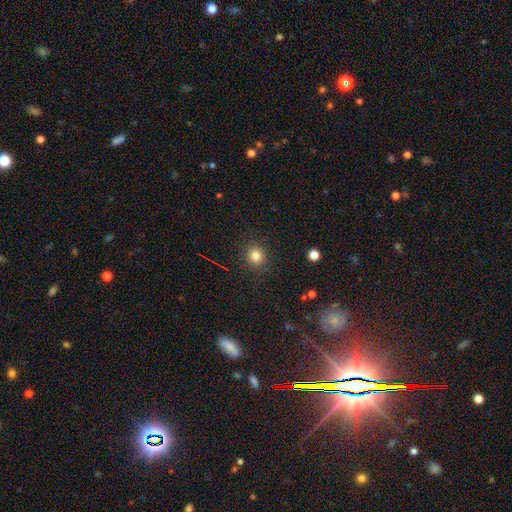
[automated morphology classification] Overall: smooth (81%). How rounded: round (87%). Merging: none (89%).